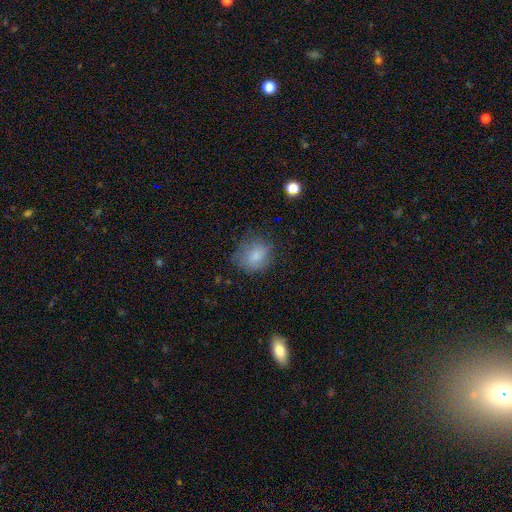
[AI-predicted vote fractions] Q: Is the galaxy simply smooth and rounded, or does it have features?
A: smooth — 78%.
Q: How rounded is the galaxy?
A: round — 61%.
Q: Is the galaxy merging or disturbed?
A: none — 64%.